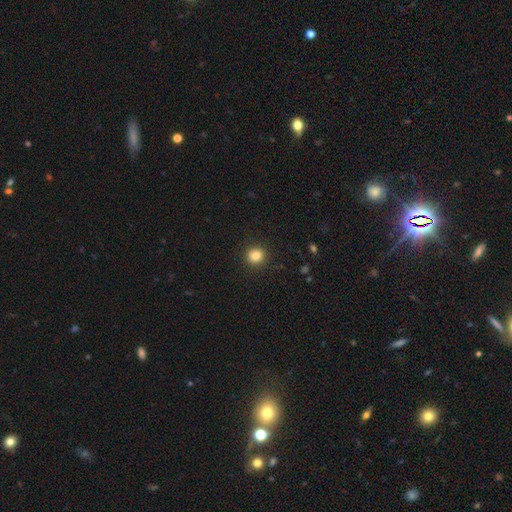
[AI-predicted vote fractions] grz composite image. It shows a smooth galaxy with no disk features (83%) that is round (89%). Merging: none (92%).